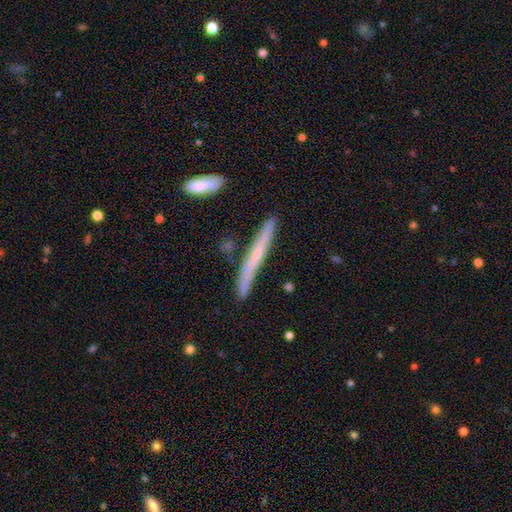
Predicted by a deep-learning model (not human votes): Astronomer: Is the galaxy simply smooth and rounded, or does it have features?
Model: featured or disk — 50% (runner-up: smooth, 43%).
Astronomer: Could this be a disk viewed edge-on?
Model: yes — 94%.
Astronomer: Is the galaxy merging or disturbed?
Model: none — 84%.